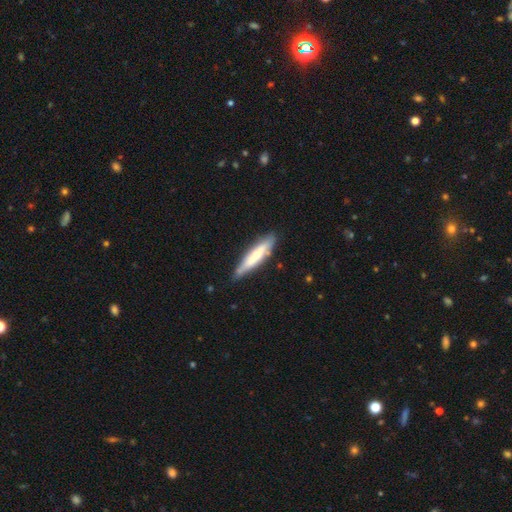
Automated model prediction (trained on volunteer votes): smooth_or_featured: smooth (p=0.53) [alt: featured or disk p=0.42]
how_rounded: cigar-shaped (p=0.83) [alt: in between p=0.16]
merging: none (p=0.76) [alt: minor disturbance p=0.18]